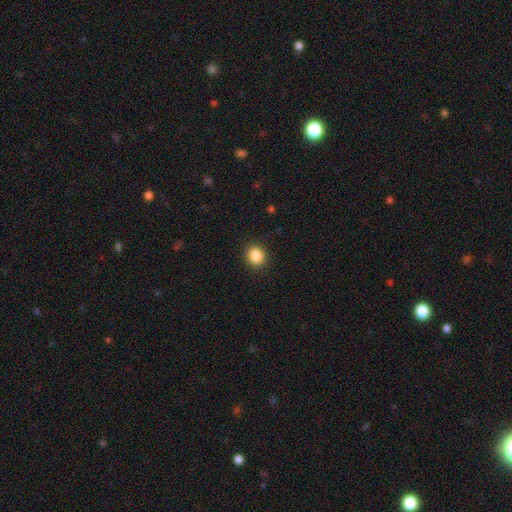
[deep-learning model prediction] Smooth or featured?
  - smooth: 87% *
  - star or artifact: 10%
  - featured or disk: 3%
How rounded?
  - round: 78% *
  - in between: 21%
  - cigar-shaped: 1%
Merging?
  - none: 91% *
  - minor disturbance: 6%
  - major disturbance: 2%
  - merger: 1%